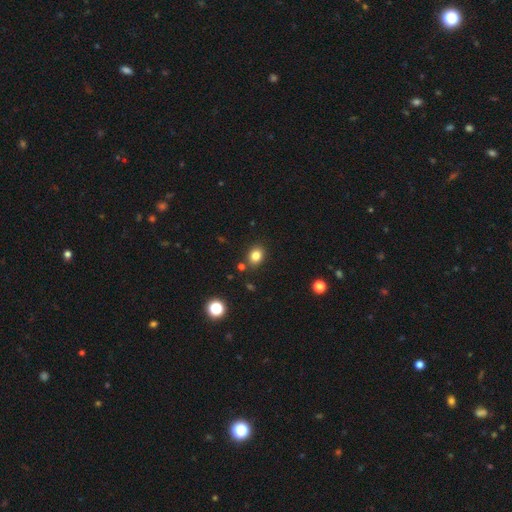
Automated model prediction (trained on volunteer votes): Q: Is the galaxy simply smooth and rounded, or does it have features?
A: smooth — 82%.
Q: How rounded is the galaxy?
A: round — 50%.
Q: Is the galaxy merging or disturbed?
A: none — 85%.